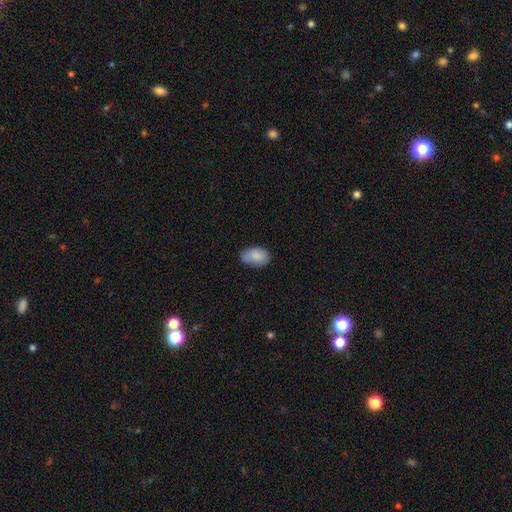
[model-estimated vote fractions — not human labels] smooth-or-featured: smooth: 86% | star or artifact: 7% | featured or disk: 7%
  how-rounded: in between: 89% | round: 10% | cigar-shaped: 1%
  merging: none: 72% | minor disturbance: 23% | major disturbance: 4% | merger: 1%